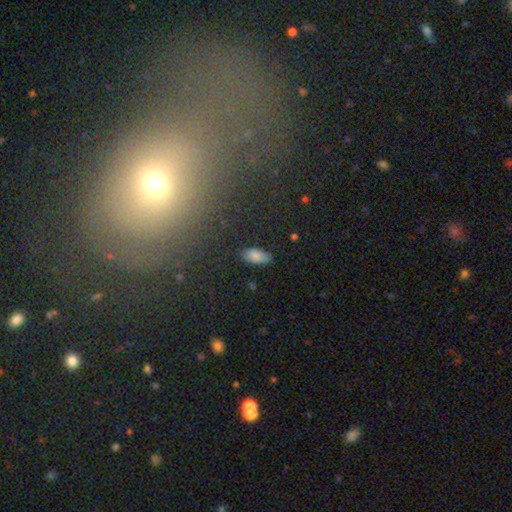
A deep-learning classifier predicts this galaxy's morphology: Overall: smooth (81%). How rounded: in between (92%). Merging: none (80%).